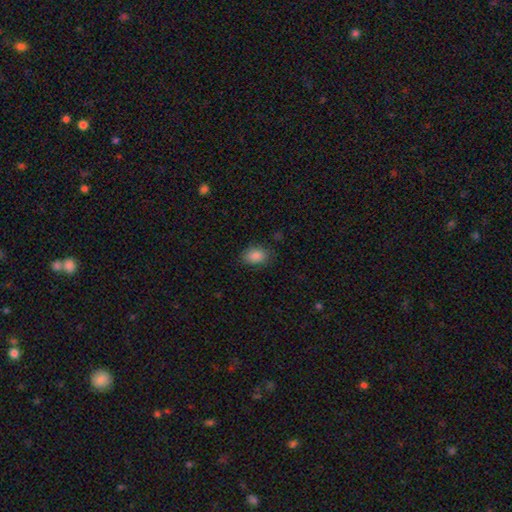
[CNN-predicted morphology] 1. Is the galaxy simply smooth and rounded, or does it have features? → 88% smooth, 8% star or artifact, 4% featured or disk.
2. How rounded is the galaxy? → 80% in between, 18% round, 1% cigar-shaped.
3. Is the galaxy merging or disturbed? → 80% none, 15% minor disturbance, 4% major disturbance, 1% merger.